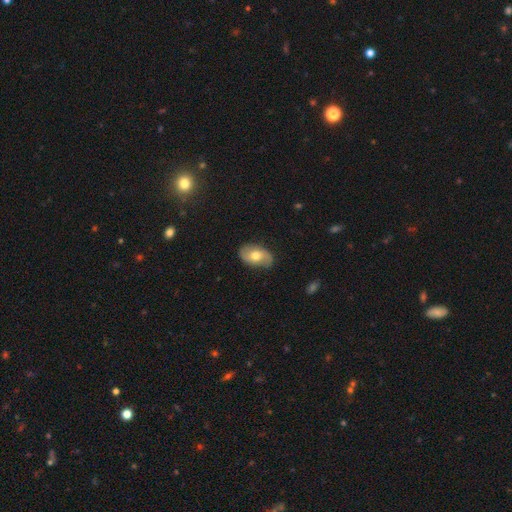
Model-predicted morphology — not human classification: Smooth or featured?
  - featured or disk: 52% *
  - smooth: 41%
  - star or artifact: 7%
Edge-on disk?
  - no: 94% *
  - yes: 6%
Merging?
  - none: 78% *
  - minor disturbance: 17%
  - major disturbance: 4%
  - merger: 1%